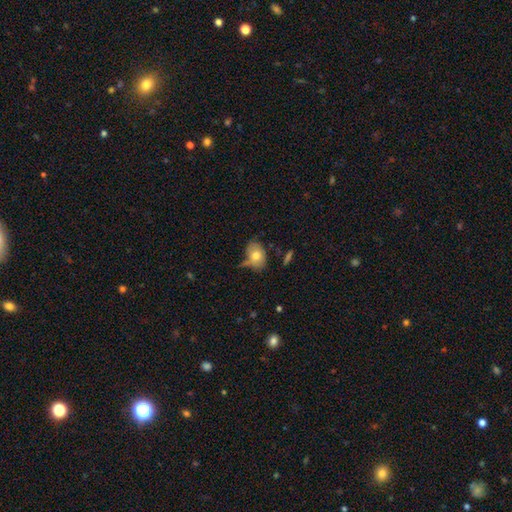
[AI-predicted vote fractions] This appears to be a smooth galaxy with no disk features (73%) that is in between round and cigar-shaped (77%). Merging: none (56%).